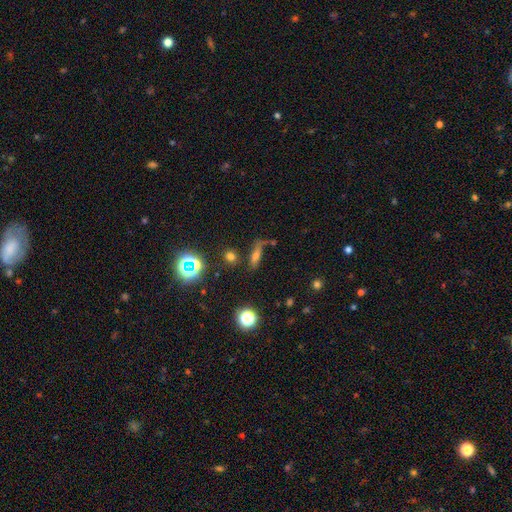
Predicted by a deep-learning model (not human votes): A smooth galaxy with no disk features (52%) that is cigar-shaped (52%).

Vote fractions:
- Smooth or featured? smooth: 52% / featured or disk: 24% / star or artifact: 24%
- How rounded? cigar-shaped: 52% / in between: 36% / round: 12%
- Merging? none: 61% / minor disturbance: 18% / merger: 11% / major disturbance: 10%